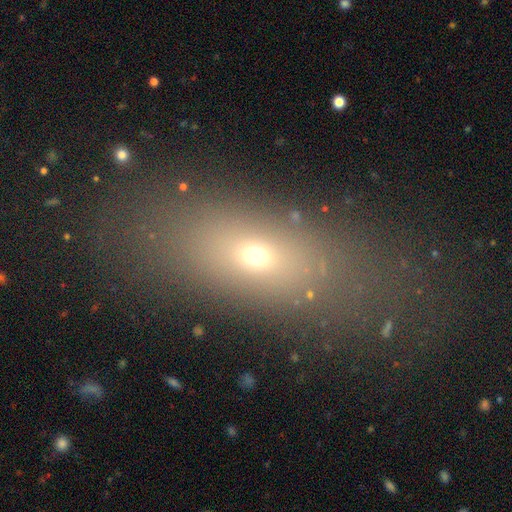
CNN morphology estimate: Smooth or featured?
  - smooth: 62% *
  - star or artifact: 20%
  - featured or disk: 18%
How rounded?
  - in between: 75% *
  - cigar-shaped: 13%
  - round: 12%
Merging?
  - none: 72% *
  - minor disturbance: 13%
  - major disturbance: 9%
  - merger: 6%